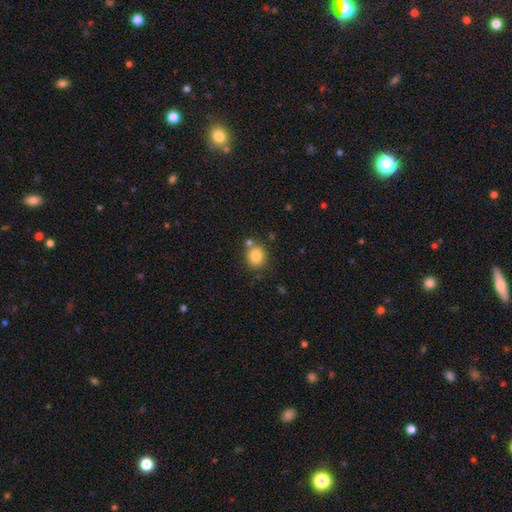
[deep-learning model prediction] The model was most divided on "how rounded": round: 77%, in between: 22%, cigar-shaped: 1%. More confident: smooth or featured — smooth (84%); merging — none (71%).